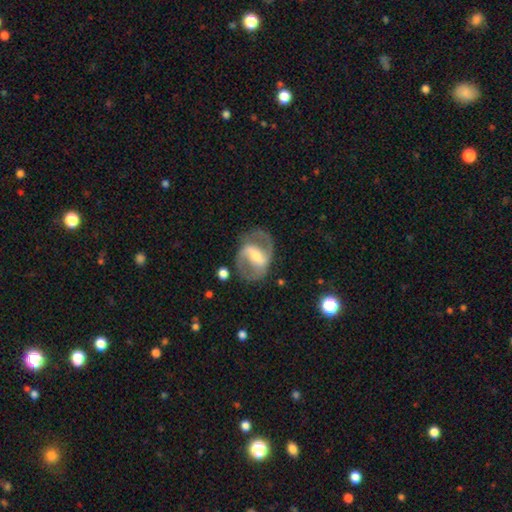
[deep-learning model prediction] Smooth or featured?
  - featured or disk: 85% *
  - smooth: 10%
  - star or artifact: 5%
Edge-on disk?
  - no: 97% *
  - yes: 3%
Bar?
  - strong: 53% *
  - weak: 34%
  - no: 12%
Spiral arms?
  - yes: 91% *
  - no: 9%
Spiral winding?
  - medium: 55% *
  - loose: 25%
  - tight: 20%
Spiral arm count?
  - 2: 89% *
  - can't tell: 5%
  - 1: 3%
  - 3: 1%
  - 4: 1%
  - more than 4: 1%
Bulge size?
  - moderate: 57% *
  - small: 33%
  - large: 6%
  - none: 2%
  - dominant: 1%
Merging?
  - none: 75% *
  - minor disturbance: 15%
  - major disturbance: 9%
  - merger: 2%